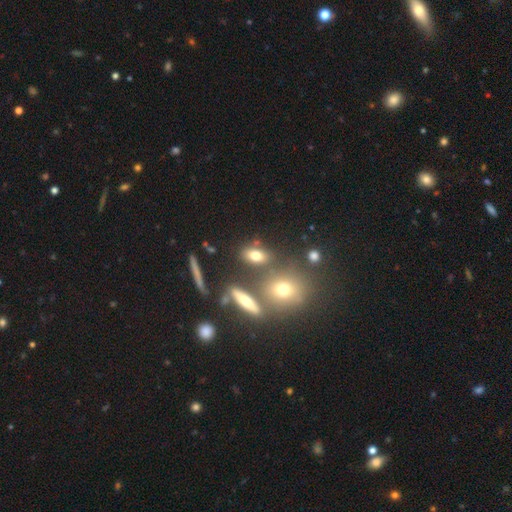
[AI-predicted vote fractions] Smooth or featured: smooth — 72% (featured or disk — 15%)
How rounded: in between — 74% (round — 17%)
Merging: none — 70% (merger — 14%)